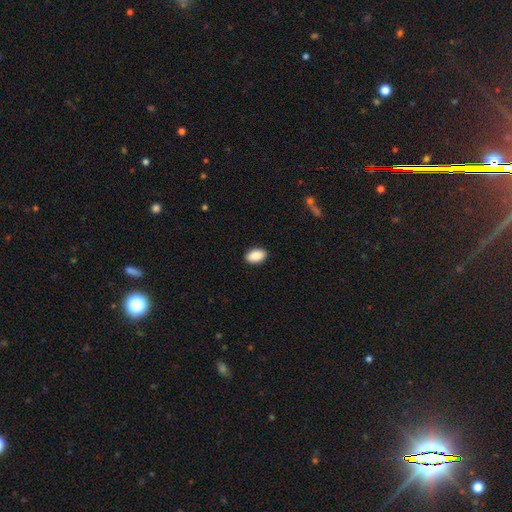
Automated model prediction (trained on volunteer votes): Morphology: type=smooth (90%); roundness=in between (92%); merging=none (90%).